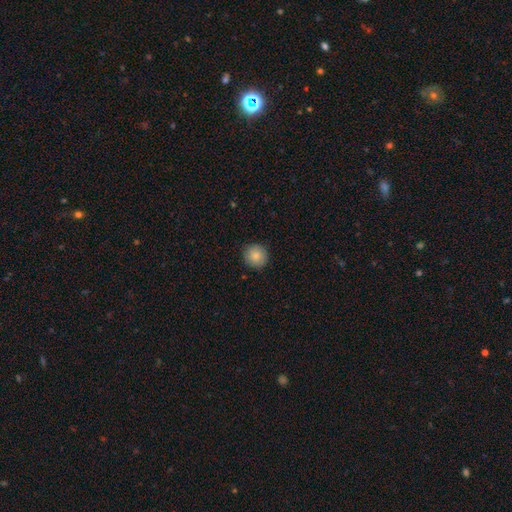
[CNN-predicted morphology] This appears to be a smooth galaxy with no disk features (85%) that is round (93%). Merging: none (90%).